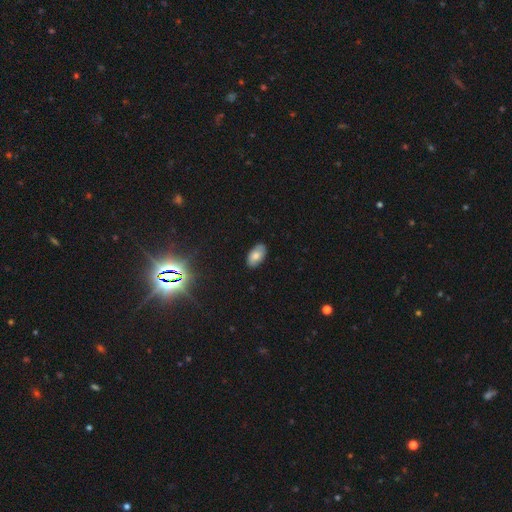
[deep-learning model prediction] smooth-or-featured: smooth: 77% | featured or disk: 13% | star or artifact: 10%
  how-rounded: in between: 94% | round: 4% | cigar-shaped: 2%
  merging: none: 85% | minor disturbance: 12% | major disturbance: 2% | merger: 1%